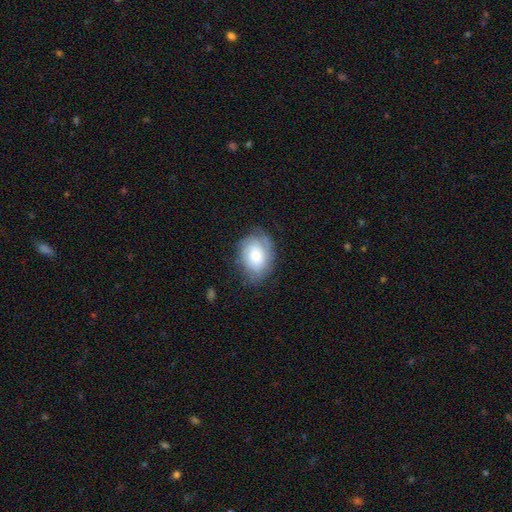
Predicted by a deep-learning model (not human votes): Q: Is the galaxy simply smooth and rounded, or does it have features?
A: smooth — 52%.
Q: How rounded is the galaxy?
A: in between — 75%.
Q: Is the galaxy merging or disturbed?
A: none — 67%.